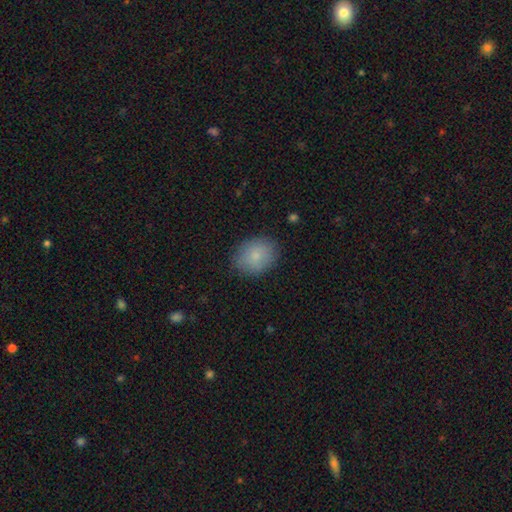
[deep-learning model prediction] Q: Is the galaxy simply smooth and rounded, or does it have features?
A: smooth — 84%.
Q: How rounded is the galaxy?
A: round — 50%.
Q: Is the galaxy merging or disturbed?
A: none — 85%.